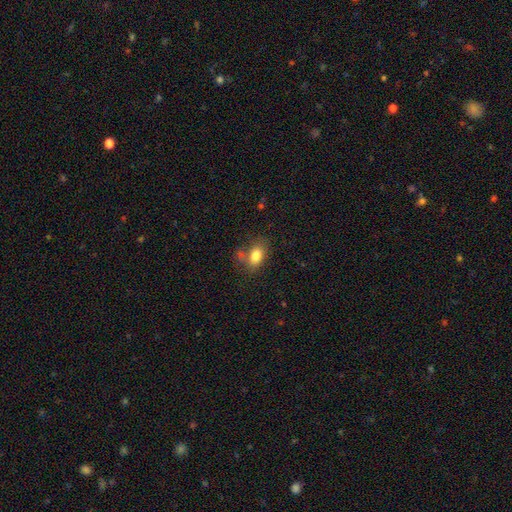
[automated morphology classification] smooth-or-featured: smooth: 81% | featured or disk: 10% | star or artifact: 9%
  how-rounded: in between: 83% | round: 15% | cigar-shaped: 2%
  merging: none: 58% | minor disturbance: 20% | merger: 14% | major disturbance: 8%